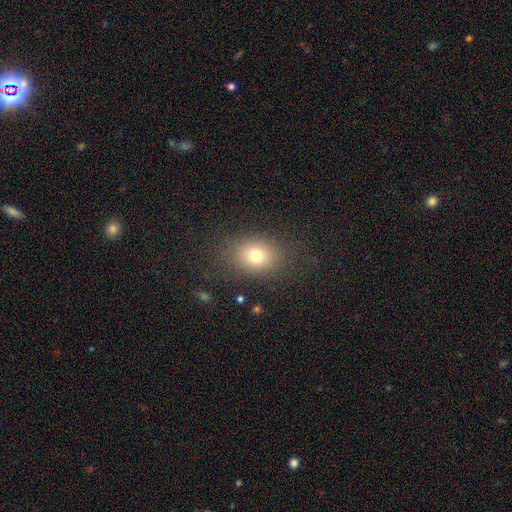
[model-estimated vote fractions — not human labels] Q: Smooth or featured?
A: smooth (74%); runner-up: star or artifact (14%)
Q: How rounded?
A: round (52%); runner-up: in between (47%)
Q: Merging?
A: none (81%); runner-up: minor disturbance (11%)